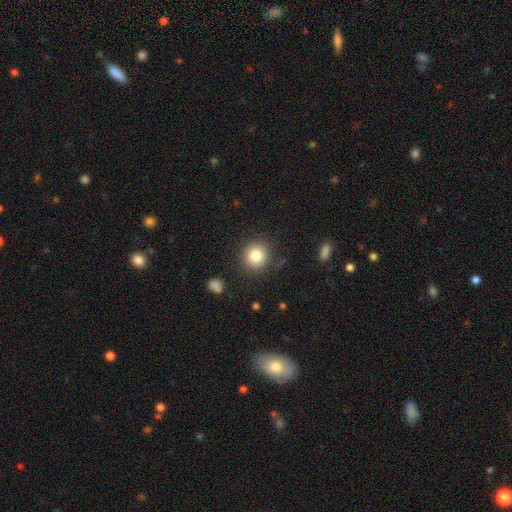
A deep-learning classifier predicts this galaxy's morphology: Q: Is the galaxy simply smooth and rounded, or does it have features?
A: smooth — 83%.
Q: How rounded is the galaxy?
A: round — 90%.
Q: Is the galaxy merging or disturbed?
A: none — 86%.